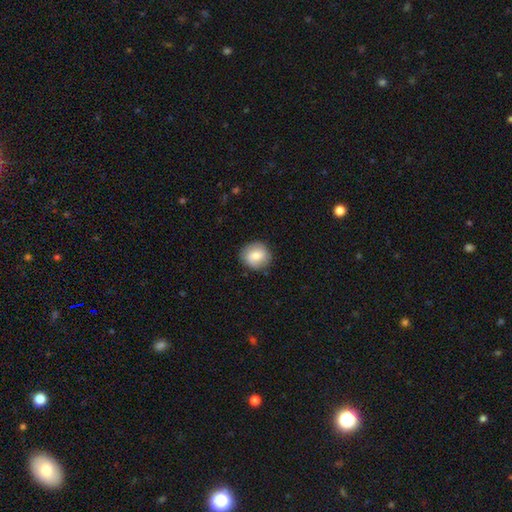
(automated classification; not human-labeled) Smooth or featured: smooth — 74% (featured or disk — 19%)
How rounded: round — 86% (in between — 13%)
Merging: none — 86% (minor disturbance — 11%)